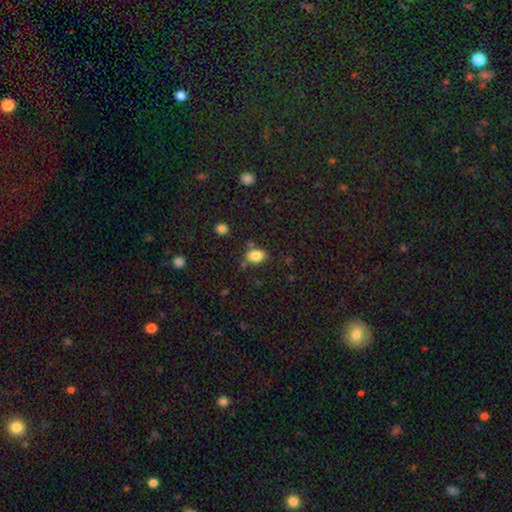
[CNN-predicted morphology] This appears to be a smooth galaxy with no disk features (84%) that is in between round and cigar-shaped (77%). Merging: none (70%).